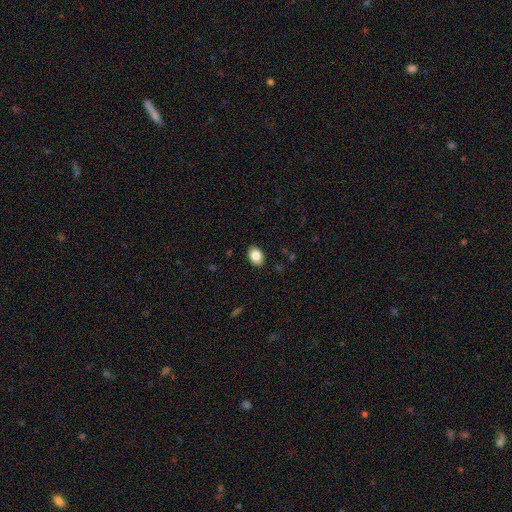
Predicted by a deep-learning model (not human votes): A smooth galaxy with no disk features (85%) that is in between round and cigar-shaped (80%). Merging: none (88%).